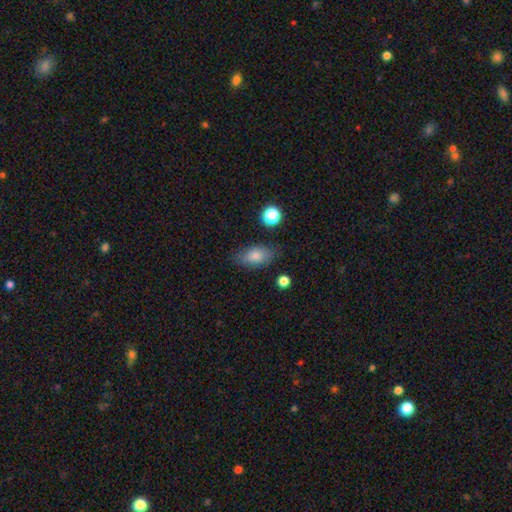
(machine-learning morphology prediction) This appears to be a smooth galaxy with no disk features (82%) that is in between round and cigar-shaped (88%). Merging: none (77%).